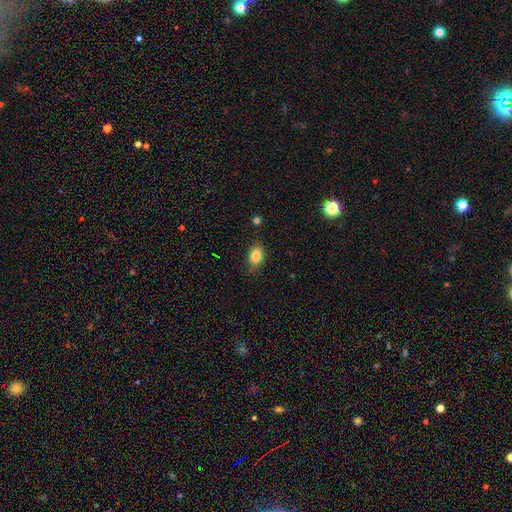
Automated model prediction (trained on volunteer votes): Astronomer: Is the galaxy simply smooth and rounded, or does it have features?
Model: smooth — 84%.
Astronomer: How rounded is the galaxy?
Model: in between — 80%.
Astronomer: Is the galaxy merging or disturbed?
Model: none — 77%.